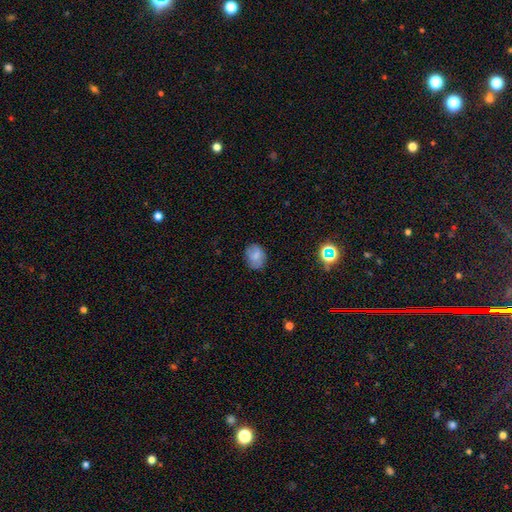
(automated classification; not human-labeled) smooth_or_featured: smooth (p=0.75) [alt: featured or disk p=0.14]
how_rounded: in between (p=0.50) [alt: round p=0.49]
merging: none (p=0.76) [alt: minor disturbance p=0.18]